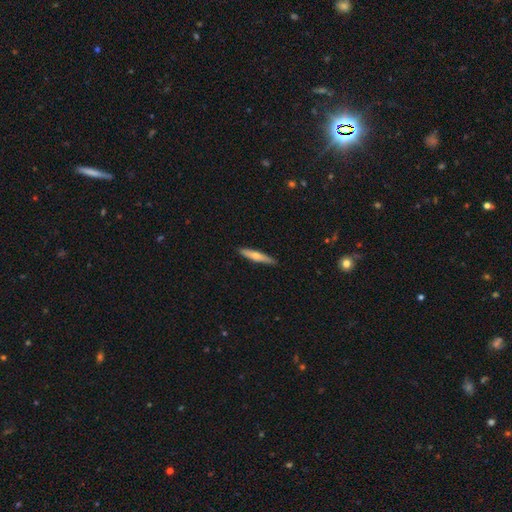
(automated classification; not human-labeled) Smooth or featured: smooth — 54% (featured or disk — 40%)
How rounded: cigar-shaped — 89% (in between — 10%)
Merging: none — 89% (minor disturbance — 9%)